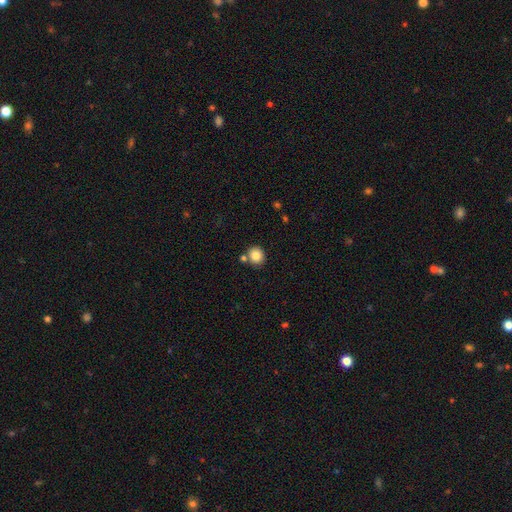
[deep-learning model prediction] Smooth or featured? Predicted: smooth (p=0.84). How rounded? Predicted: round (p=0.85). Merging? Predicted: none (p=0.75).